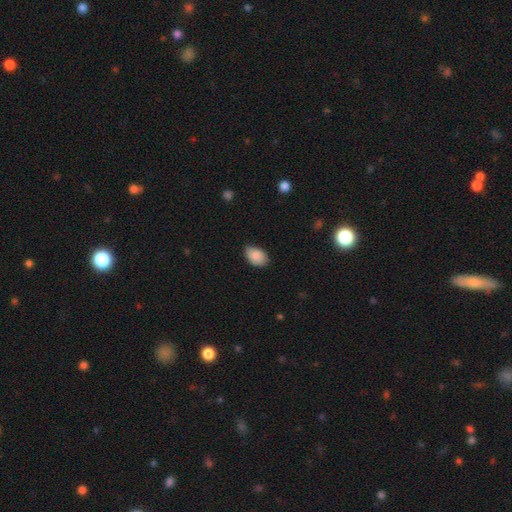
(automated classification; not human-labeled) smooth_or_featured: smooth (p=0.87) [alt: star or artifact p=0.07]
how_rounded: in between (p=0.88) [alt: round p=0.10]
merging: none (p=0.76) [alt: minor disturbance p=0.20]